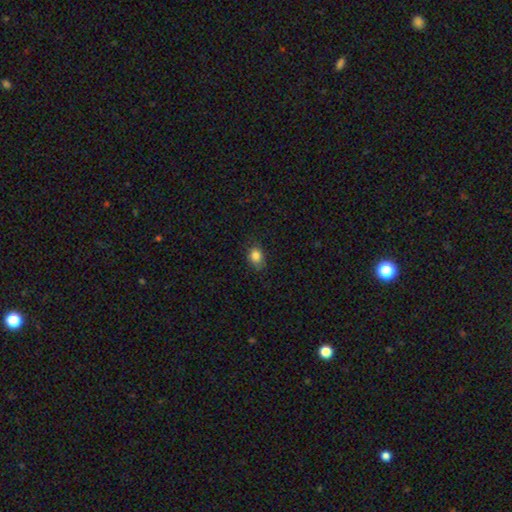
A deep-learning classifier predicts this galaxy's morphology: type=smooth (84%); roundness=in between (58%); merging=none (75%).